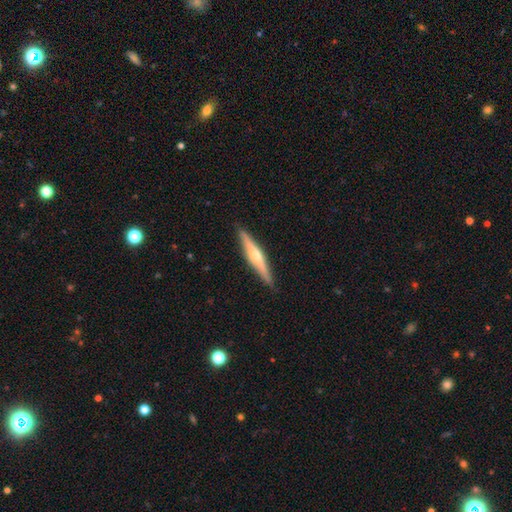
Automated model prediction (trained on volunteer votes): Smooth or featured?
  - featured or disk: 69% *
  - smooth: 26%
  - star or artifact: 5%
Edge-on disk?
  - yes: 97% *
  - no: 3%
Edge-on bulge?
  - rounded: 87% *
  - none: 7%
  - boxy: 5%
Merging?
  - none: 90% *
  - minor disturbance: 8%
  - major disturbance: 1%
  - merger: 1%